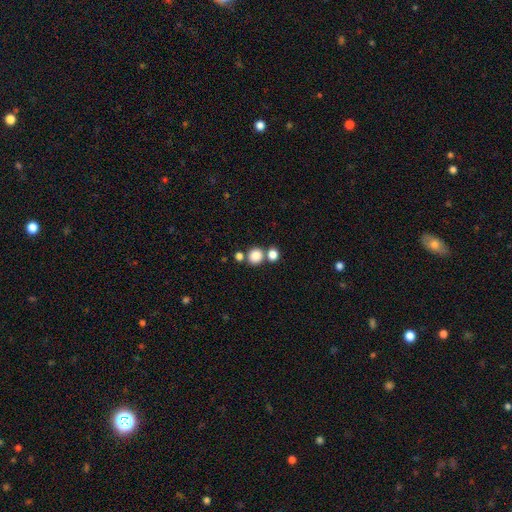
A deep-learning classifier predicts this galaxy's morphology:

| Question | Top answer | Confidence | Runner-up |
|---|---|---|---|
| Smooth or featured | smooth | 84% | star or artifact (11%) |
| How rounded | round | 85% | in between (14%) |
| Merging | none | 66% | merger (23%) |